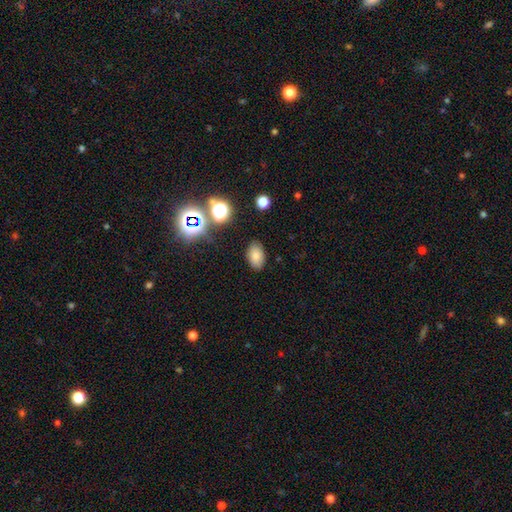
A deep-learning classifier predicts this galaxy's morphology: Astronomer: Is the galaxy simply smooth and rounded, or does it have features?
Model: smooth — 77%.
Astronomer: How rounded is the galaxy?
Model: in between — 90%.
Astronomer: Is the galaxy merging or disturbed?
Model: none — 85%.